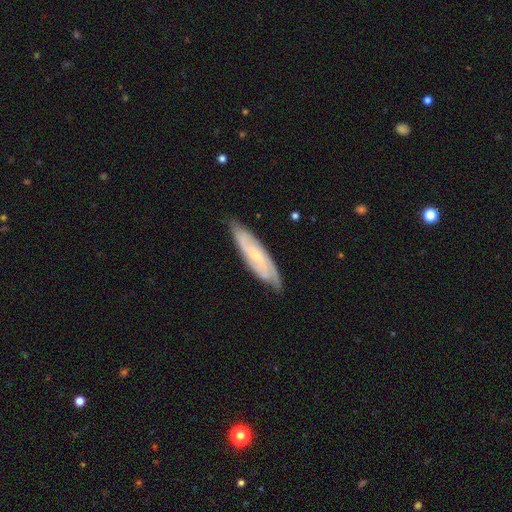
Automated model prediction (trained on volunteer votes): A featured or disk galaxy (65%).

Vote fractions:
- Smooth or featured? featured or disk: 65% / smooth: 28% / star or artifact: 6%
- Edge-on disk? no: 71% / yes: 29%
- Merging? none: 78% / minor disturbance: 17% / major disturbance: 3% / merger: 1%